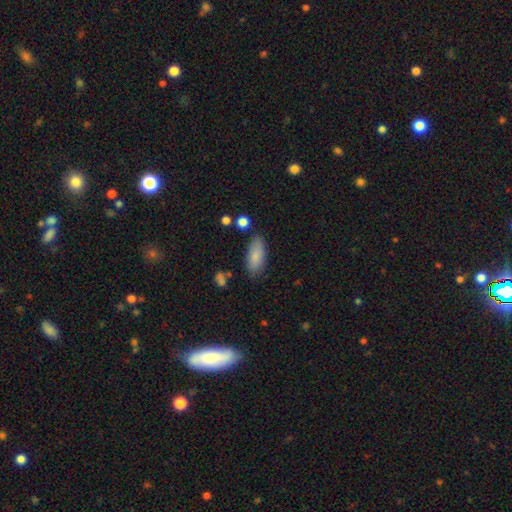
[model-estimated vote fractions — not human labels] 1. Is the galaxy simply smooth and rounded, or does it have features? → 85% smooth, 9% featured or disk, 7% star or artifact.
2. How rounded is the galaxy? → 84% in between, 13% cigar-shaped, 2% round.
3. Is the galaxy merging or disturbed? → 78% none, 15% minor disturbance, 4% major disturbance, 3% merger.